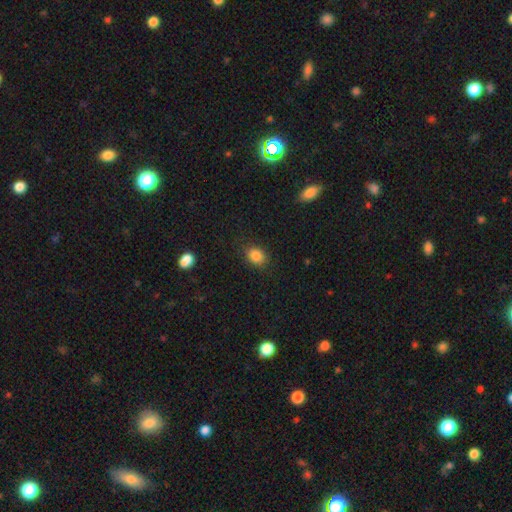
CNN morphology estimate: smooth 85%, star or artifact 10%, featured or disk 5%. Down the decision tree: how rounded — in between (61%); merging — none (84%).